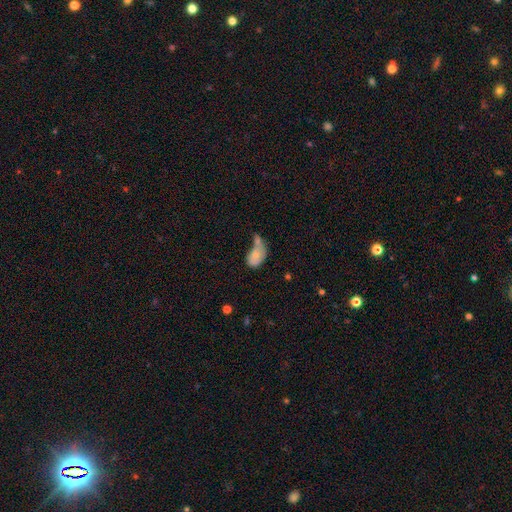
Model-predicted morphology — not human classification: Smooth or featured?
  - smooth: 66% *
  - featured or disk: 26%
  - star or artifact: 8%
How rounded?
  - in between: 83% *
  - round: 15%
  - cigar-shaped: 2%
Merging?
  - merger: 45% *
  - major disturbance: 21%
  - none: 17%
  - minor disturbance: 16%